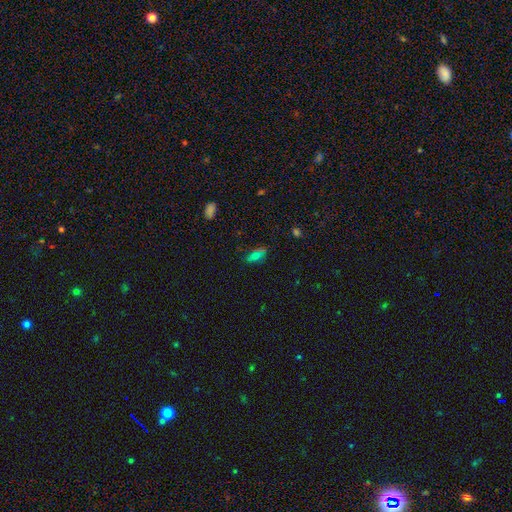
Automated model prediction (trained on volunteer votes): Smooth or featured?
  - smooth: 59% *
  - featured or disk: 21%
  - star or artifact: 20%
How rounded?
  - in between: 82% *
  - cigar-shaped: 11%
  - round: 7%
Merging?
  - none: 73% *
  - minor disturbance: 19%
  - major disturbance: 5%
  - merger: 3%